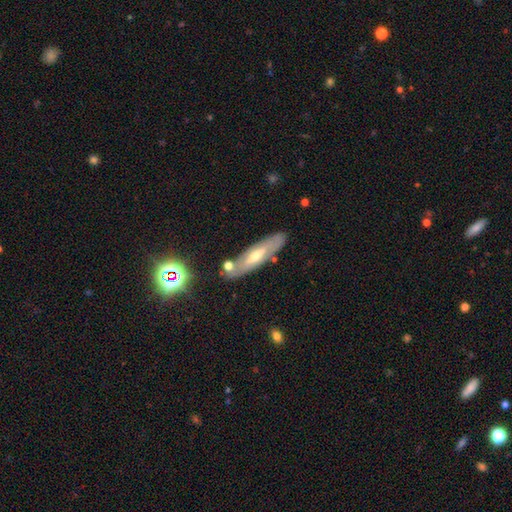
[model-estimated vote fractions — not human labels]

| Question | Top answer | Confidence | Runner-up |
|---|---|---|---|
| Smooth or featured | featured or disk | 60% | smooth (32%) |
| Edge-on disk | yes | 51% | no (49%) |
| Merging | none | 78% | minor disturbance (13%) |